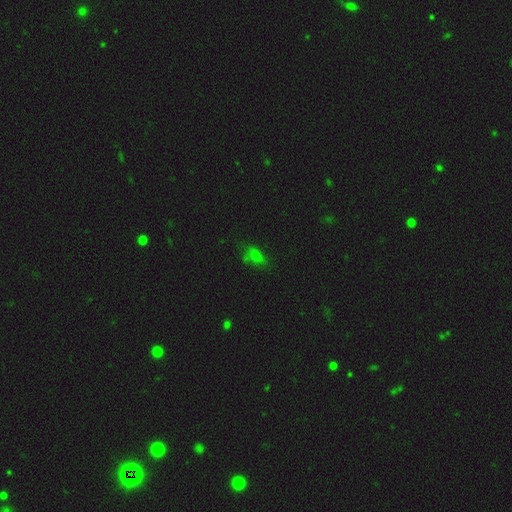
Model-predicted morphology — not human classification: Q: Smooth or featured?
A: smooth (60%); runner-up: star or artifact (27%)
Q: How rounded?
A: in between (76%); runner-up: round (16%)
Q: Merging?
A: none (59%); runner-up: minor disturbance (25%)